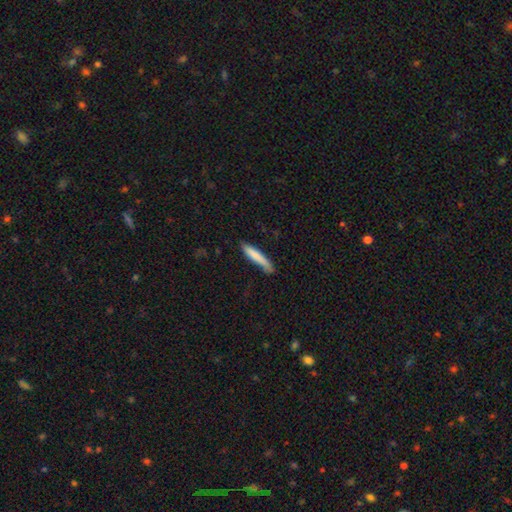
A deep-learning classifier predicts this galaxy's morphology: The model was most divided on "merging": none: 72%, minor disturbance: 22%, major disturbance: 4%, merger: 2%. More confident: how rounded — cigar-shaped (90%); smooth or featured — smooth (78%).